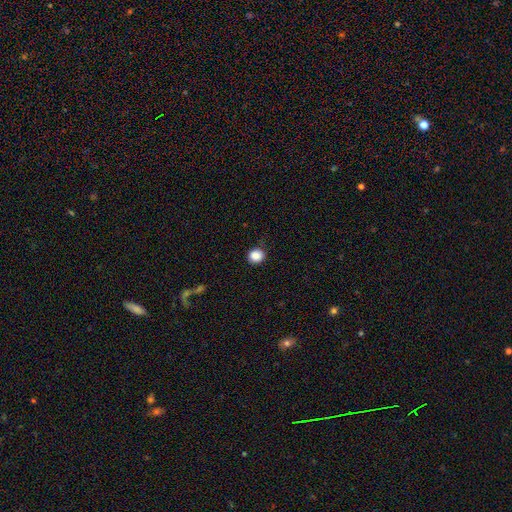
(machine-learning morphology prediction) type=smooth (87%); roundness=round (80%); merging=none (85%).